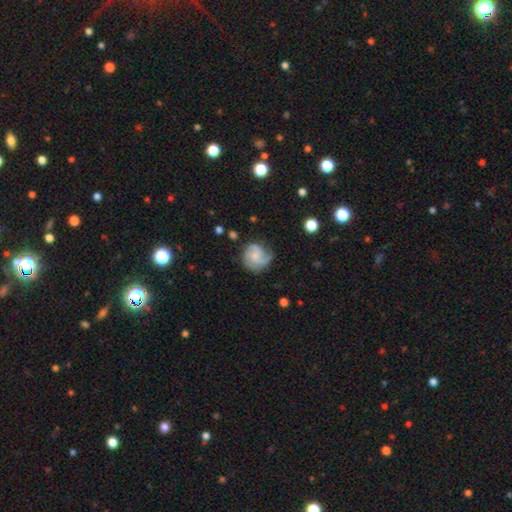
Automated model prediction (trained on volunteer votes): Smooth or featured? featured or disk (69%)
Edge-on disk? no (98%)
Bar? no (69%)
Spiral arms? yes (94%)
Spiral winding? medium (43%)
Spiral arm count? 2 (36%)
Bulge size? small (49%)
Merging? none (60%)